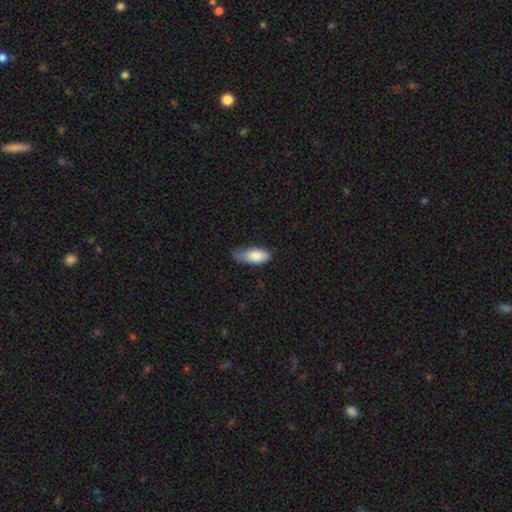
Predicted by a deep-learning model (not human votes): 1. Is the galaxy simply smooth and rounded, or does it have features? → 83% smooth, 11% featured or disk, 6% star or artifact.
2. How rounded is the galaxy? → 85% in between, 13% cigar-shaped, 2% round.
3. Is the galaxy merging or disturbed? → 46% minor disturbance, 40% none, 11% major disturbance, 2% merger.